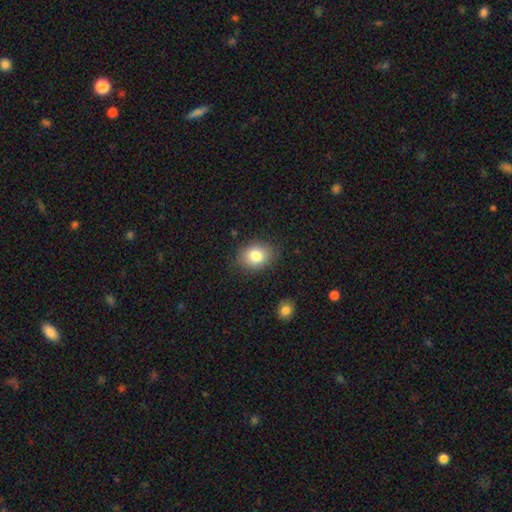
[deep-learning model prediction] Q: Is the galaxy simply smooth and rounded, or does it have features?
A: smooth — 82%.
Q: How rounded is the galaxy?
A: in between — 55%.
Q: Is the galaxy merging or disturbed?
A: none — 82%.